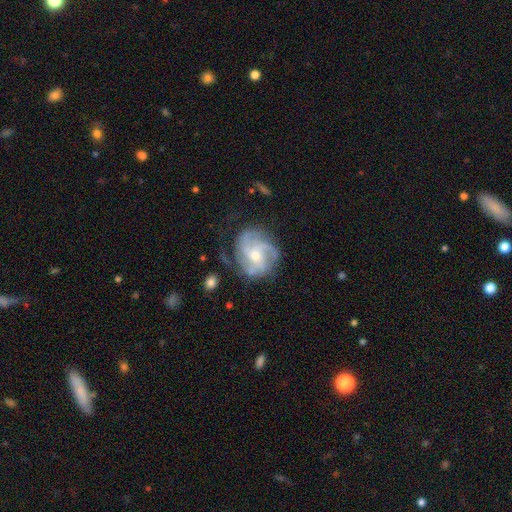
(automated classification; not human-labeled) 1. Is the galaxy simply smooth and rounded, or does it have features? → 84% featured or disk, 10% smooth, 6% star or artifact.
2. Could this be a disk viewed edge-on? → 98% no, 2% yes.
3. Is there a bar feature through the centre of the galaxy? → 57% no, 36% weak, 8% strong.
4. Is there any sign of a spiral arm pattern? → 94% yes, 6% no.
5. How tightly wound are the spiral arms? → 45% medium, 35% tight, 20% loose.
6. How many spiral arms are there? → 37% 3, 20% 4, 19% can't tell, 14% 2, 5% more than 4, 5% 1.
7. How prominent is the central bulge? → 52% small, 44% moderate, 2% large, 2% none, 1% dominant.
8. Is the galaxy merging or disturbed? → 63% none, 21% minor disturbance, 14% major disturbance, 2% merger.